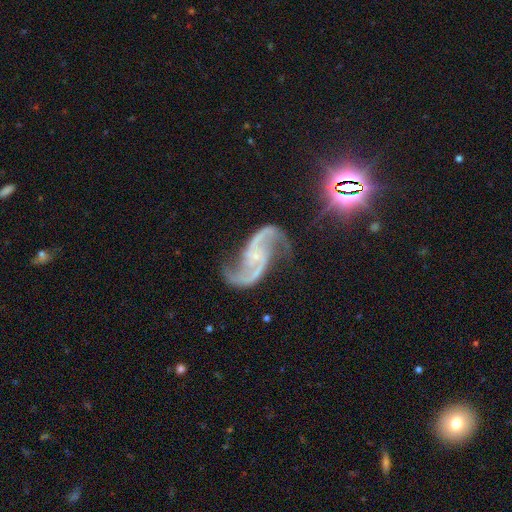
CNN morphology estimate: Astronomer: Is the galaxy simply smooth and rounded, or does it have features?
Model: featured or disk — 91%.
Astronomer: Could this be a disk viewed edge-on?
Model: no — 98%.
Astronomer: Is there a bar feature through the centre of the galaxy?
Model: no — 55% (runner-up: weak, 32%).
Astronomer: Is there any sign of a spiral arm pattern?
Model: yes — 98%.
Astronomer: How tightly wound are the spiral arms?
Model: loose — 64%.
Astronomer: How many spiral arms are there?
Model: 2 — 93%.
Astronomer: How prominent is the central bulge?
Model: small — 75%.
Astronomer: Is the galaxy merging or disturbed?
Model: none — 66%.